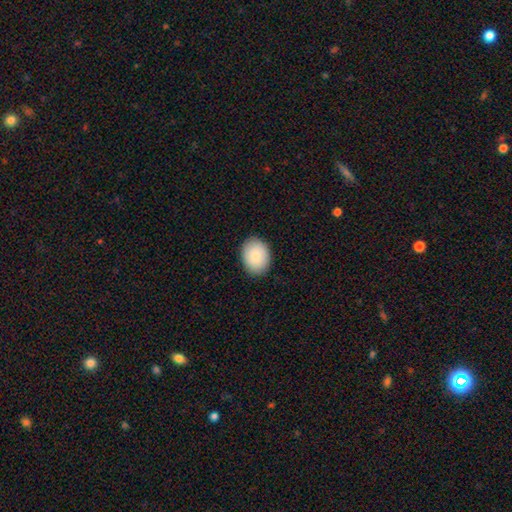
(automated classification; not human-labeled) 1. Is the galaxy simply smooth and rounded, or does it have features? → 88% smooth, 6% star or artifact, 6% featured or disk.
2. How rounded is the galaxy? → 65% in between, 35% round, 1% cigar-shaped.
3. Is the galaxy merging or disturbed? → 88% none, 9% minor disturbance, 2% major disturbance, 1% merger.